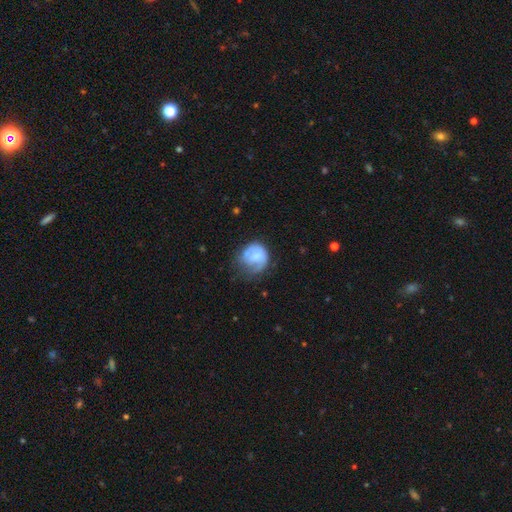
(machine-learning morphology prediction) A smooth galaxy with no disk features (55%) that is round (73%).

Vote fractions:
- Smooth or featured? smooth: 55% / featured or disk: 38% / star or artifact: 8%
- How rounded? round: 73% / in between: 27% / cigar-shaped: 1%
- Merging? none: 35% / minor disturbance: 33% / major disturbance: 29% / merger: 3%